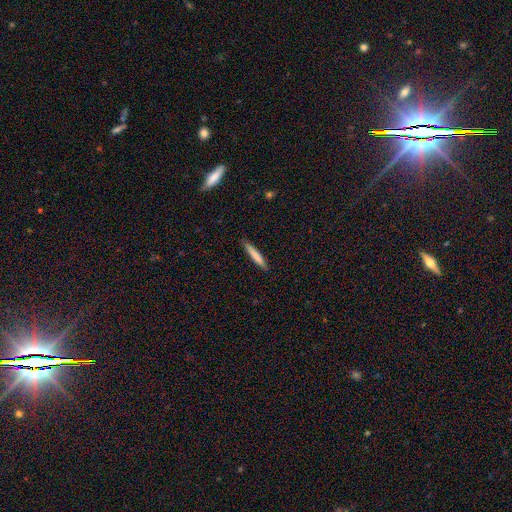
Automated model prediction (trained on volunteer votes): Smooth or featured?
  - smooth: 76% *
  - featured or disk: 19%
  - star or artifact: 6%
How rounded?
  - cigar-shaped: 95% *
  - in between: 4%
  - round: 1%
Merging?
  - none: 89% *
  - minor disturbance: 8%
  - major disturbance: 2%
  - merger: 1%